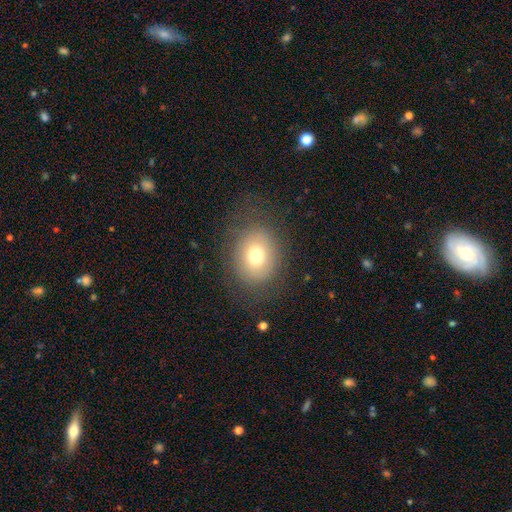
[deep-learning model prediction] Q: Smooth or featured?
A: smooth (71%); runner-up: featured or disk (16%)
Q: How rounded?
A: round (60%); runner-up: in between (39%)
Q: Merging?
A: none (77%); runner-up: minor disturbance (14%)